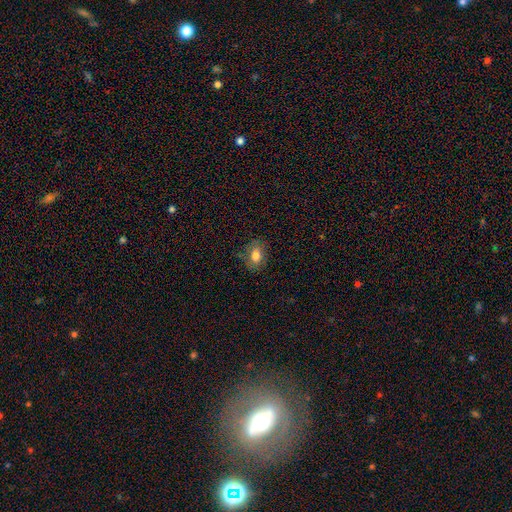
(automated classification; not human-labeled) This is likely a smooth galaxy (77%). How rounded: likely in between (71%). Merging: likely none (76%).